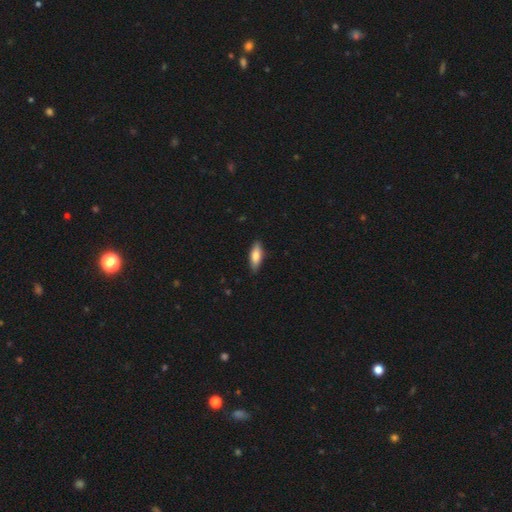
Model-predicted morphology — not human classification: A smooth galaxy with no disk features (79%) that is in between round and cigar-shaped (65%).

Vote fractions:
- Smooth or featured? smooth: 79% / featured or disk: 15% / star or artifact: 6%
- How rounded? in between: 65% / cigar-shaped: 33% / round: 2%
- Merging? none: 85% / minor disturbance: 12% / major disturbance: 2% / merger: 1%